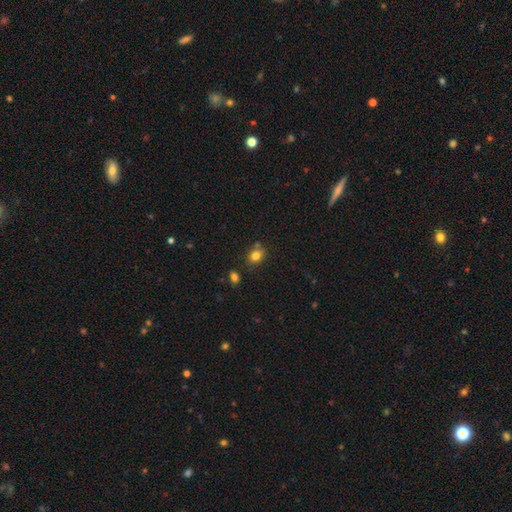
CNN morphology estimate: This appears to be a smooth galaxy with no disk features (80%) that is in between round and cigar-shaped (51%). Merging: none (71%).